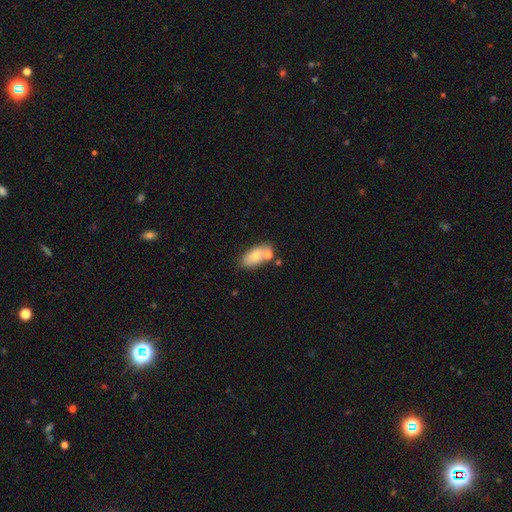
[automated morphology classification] This appears to be a smooth galaxy with no disk features (74%) that is in between round and cigar-shaped (90%). Merging: none (57%).